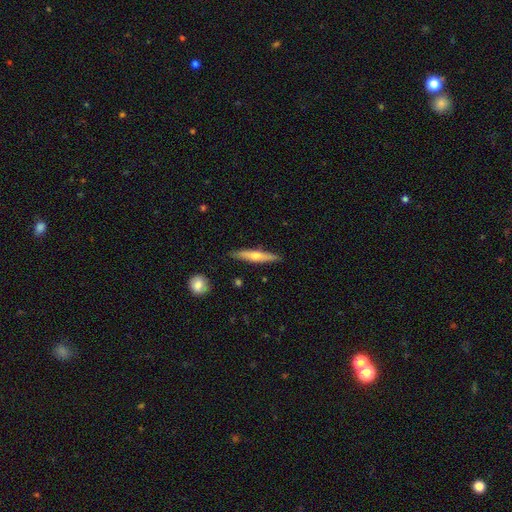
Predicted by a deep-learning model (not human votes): smooth-or-featured: featured or disk: 48% | smooth: 47% | star or artifact: 6%
  merging: none: 87% | minor disturbance: 10% | major disturbance: 2% | merger: 1%